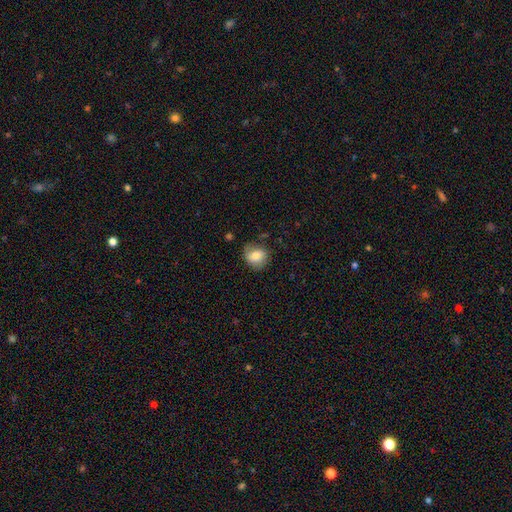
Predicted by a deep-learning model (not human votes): This appears to be a smooth galaxy with no disk features (75%) that is round (73%). Merging: none (69%).